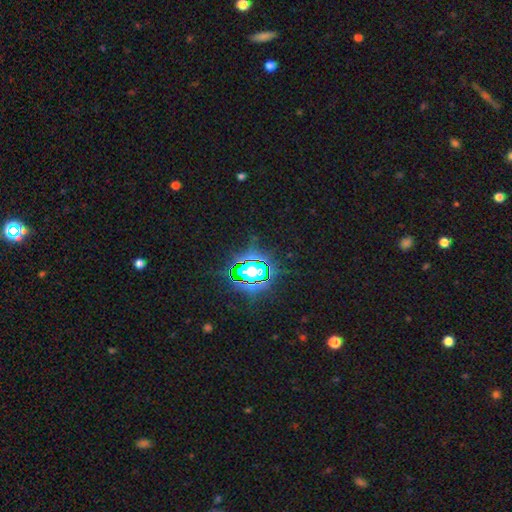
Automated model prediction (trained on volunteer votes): This is clearly a star or artifact rather than a galaxy (82%).